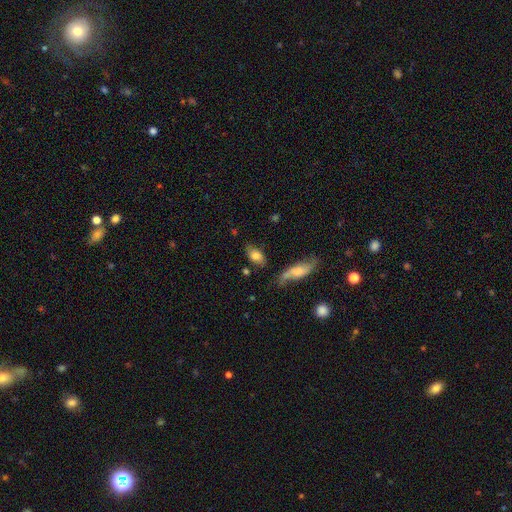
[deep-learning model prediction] This appears to be a smooth galaxy with no disk features (75%) that is in between round and cigar-shaped (90%). Merging: none (70%).